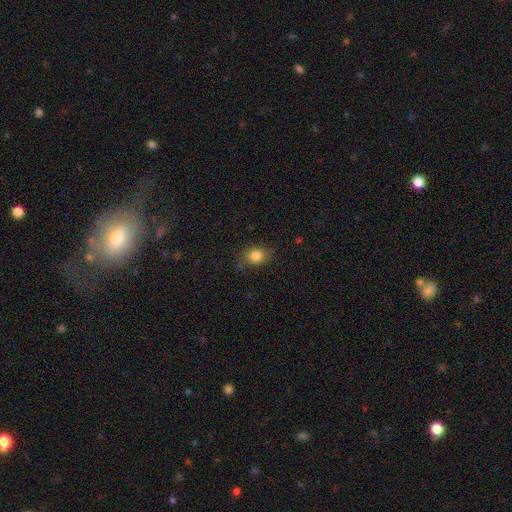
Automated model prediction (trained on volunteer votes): Smooth or featured?
  - smooth: 83% *
  - star or artifact: 10%
  - featured or disk: 6%
How rounded?
  - round: 54% *
  - in between: 45%
  - cigar-shaped: 1%
Merging?
  - none: 77% *
  - minor disturbance: 17%
  - major disturbance: 5%
  - merger: 2%